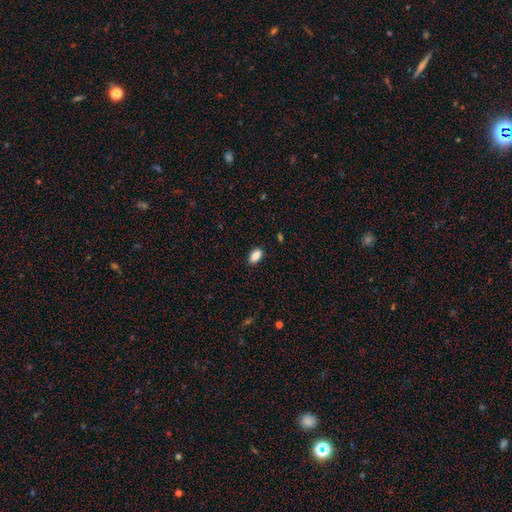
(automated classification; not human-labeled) A smooth galaxy with no disk features (88%) that is in between round and cigar-shaped (92%). Merging: none (88%).